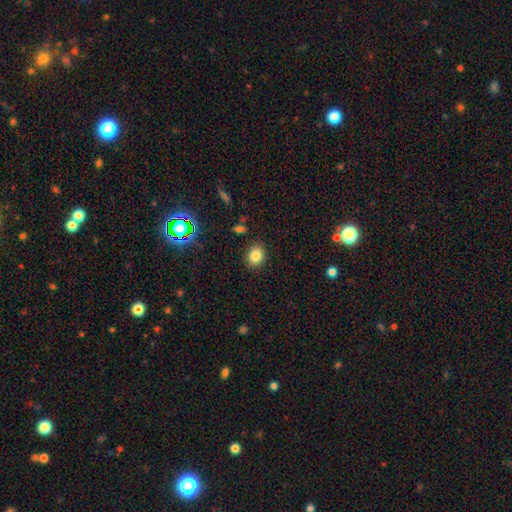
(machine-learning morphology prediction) Smooth or featured? smooth (82%)
How rounded? round (61%)
Merging? none (87%)